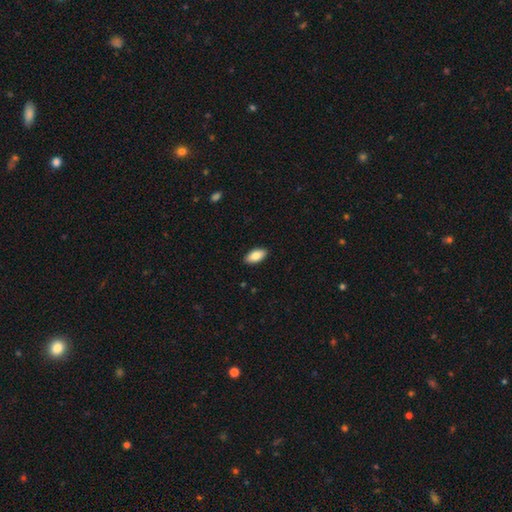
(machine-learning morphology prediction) This appears to be a smooth galaxy with no disk features (83%) that is in between round and cigar-shaped (92%). Merging: none (90%).